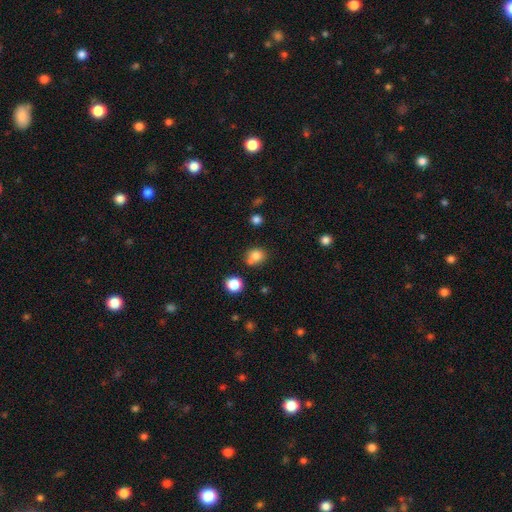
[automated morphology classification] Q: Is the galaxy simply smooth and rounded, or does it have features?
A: smooth — 80%.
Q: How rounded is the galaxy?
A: round — 74%.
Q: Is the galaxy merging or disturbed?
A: none — 58%.